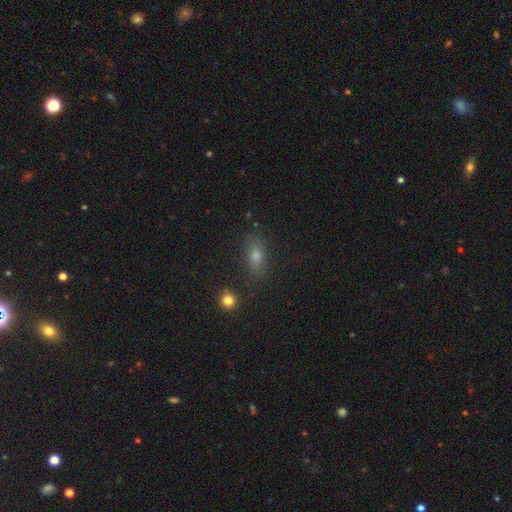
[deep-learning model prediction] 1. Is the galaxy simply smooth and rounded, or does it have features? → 66% smooth, 19% star or artifact, 15% featured or disk.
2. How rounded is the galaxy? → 72% in between, 14% cigar-shaped, 14% round.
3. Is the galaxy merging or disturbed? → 81% none, 12% minor disturbance, 4% major disturbance, 3% merger.